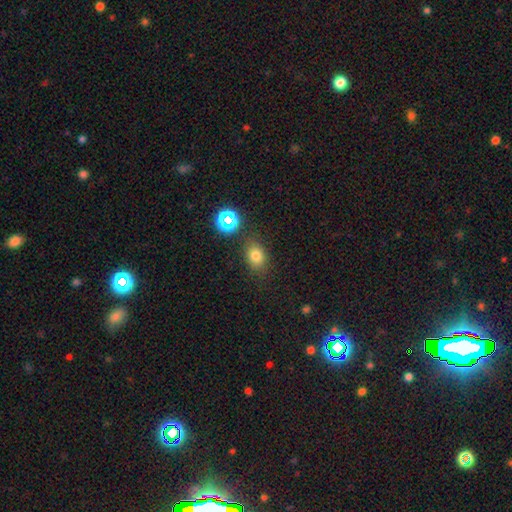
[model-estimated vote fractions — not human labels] A smooth galaxy with no disk features (75%) that is in between round and cigar-shaped (60%).

Vote fractions:
- Smooth or featured? smooth: 75% / star or artifact: 16% / featured or disk: 9%
- How rounded? in between: 60% / round: 39% / cigar-shaped: 1%
- Merging? none: 79% / minor disturbance: 13% / merger: 4% / major disturbance: 4%